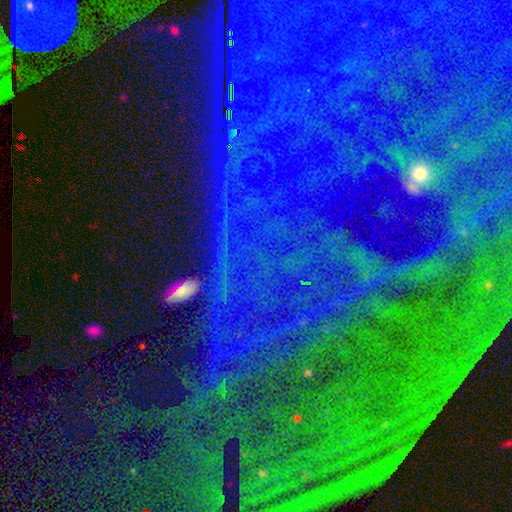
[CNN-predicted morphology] smooth_or_featured: star or artifact (p=0.83) [alt: featured or disk p=0.09]